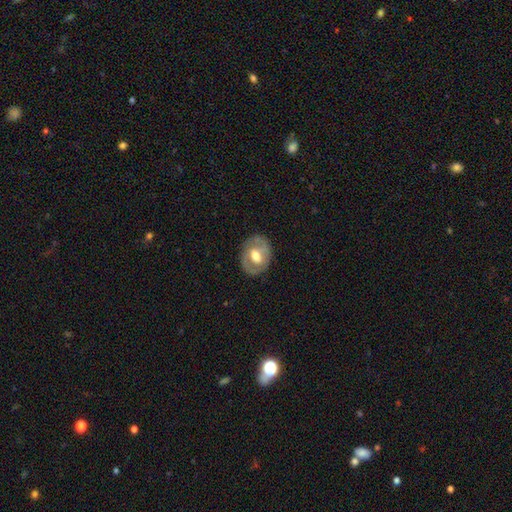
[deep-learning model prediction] Overall: featured or disk (61%; smooth 33%). Edge-on disk: no (95%). Bar: weak (44%; no 37%). Spiral arms: yes (53%; no 47%). Bulge size: moderate (70%). Merging: none (80%).